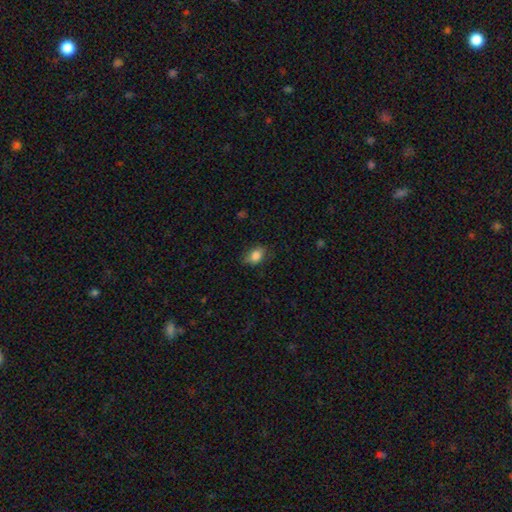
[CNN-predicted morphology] smooth 84%, star or artifact 8%, featured or disk 8%. Down the decision tree: how rounded — in between (81%); merging — none (73%).